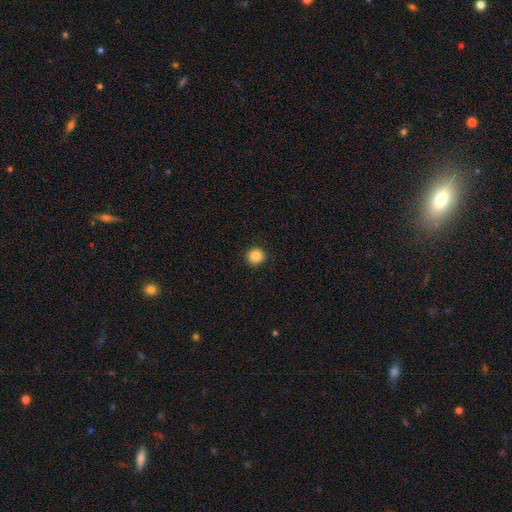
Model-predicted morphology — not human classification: Smooth or featured?
  - smooth: 86% *
  - star or artifact: 10%
  - featured or disk: 4%
How rounded?
  - round: 93% *
  - in between: 6%
  - cigar-shaped: 1%
Merging?
  - none: 92% *
  - minor disturbance: 5%
  - major disturbance: 2%
  - merger: 1%